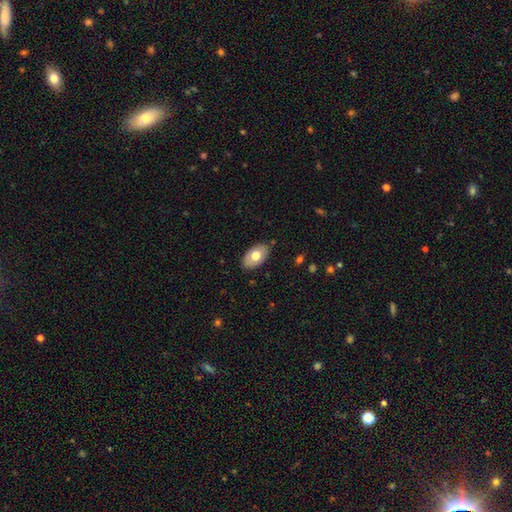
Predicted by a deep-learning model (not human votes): Smooth or featured?
  - smooth: 70% *
  - featured or disk: 24%
  - star or artifact: 6%
How rounded?
  - in between: 93% *
  - round: 5%
  - cigar-shaped: 1%
Merging?
  - none: 86% *
  - minor disturbance: 11%
  - major disturbance: 2%
  - merger: 1%